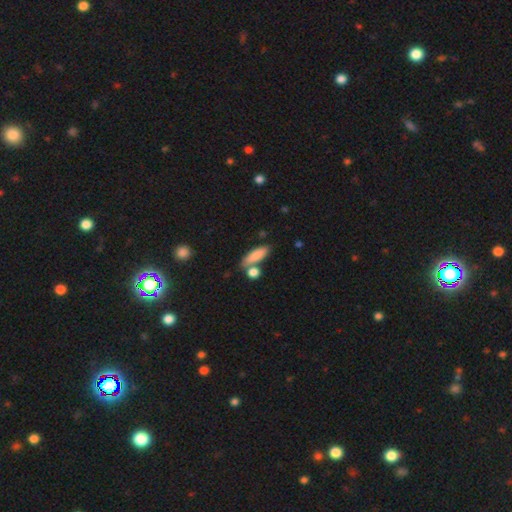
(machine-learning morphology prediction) type=smooth (83%); roundness=in between (54%); merging=none (62%).